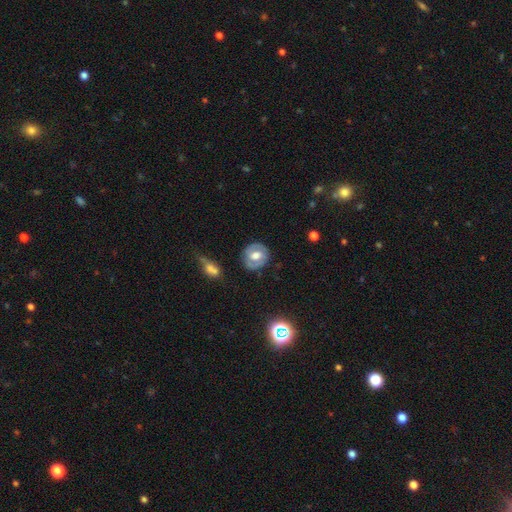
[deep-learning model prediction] This is possibly a featured or disk galaxy (57%). It is clearly not viewed edge-on (95%). Bar: possibly no (48%). Spiral arm pattern: likely yes (60%). Central bulge: likely moderate (62%). Merging: likely none (80%).